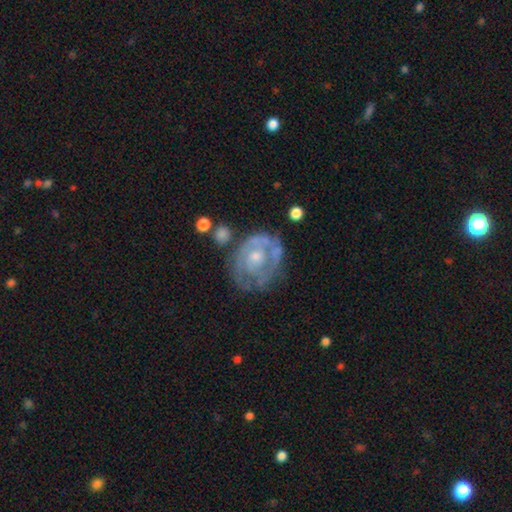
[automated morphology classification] featured or disk 79%, smooth 15%, star or artifact 6%. Down the decision tree: edge-on disk — no (97%); bar — no (79%); spiral arms — yes (73%); spiral arm count — can't tell (44%); spiral winding — tight (65%); bulge size — small (51%); merging — none (59%).